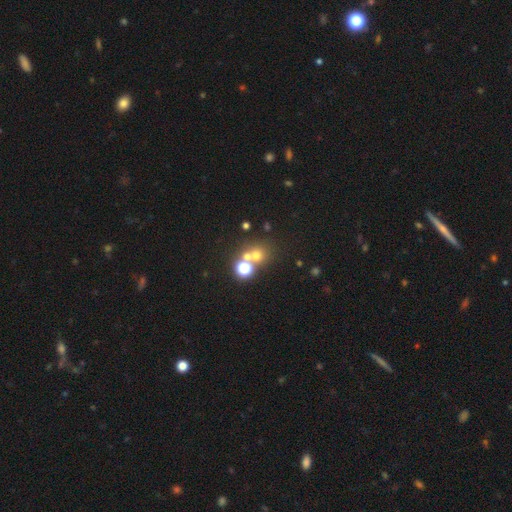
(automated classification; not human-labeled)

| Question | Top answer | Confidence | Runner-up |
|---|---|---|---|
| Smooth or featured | smooth | 58% | star or artifact (28%) |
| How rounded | round | 85% | in between (14%) |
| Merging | none | 55% | merger (33%) |